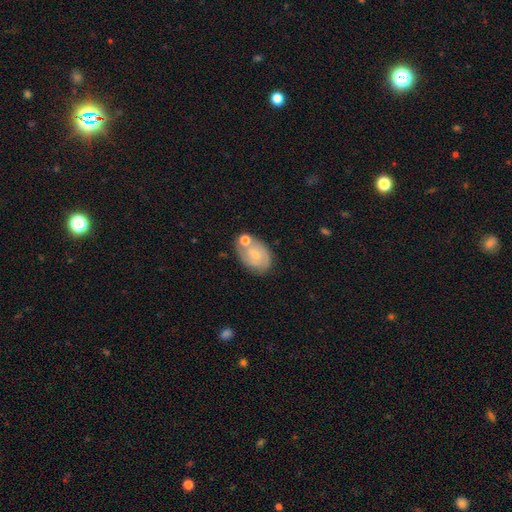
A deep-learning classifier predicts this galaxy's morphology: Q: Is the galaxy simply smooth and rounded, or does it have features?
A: featured or disk — 53%.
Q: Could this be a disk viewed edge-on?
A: no — 96%.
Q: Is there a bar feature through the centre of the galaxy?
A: no — 61%.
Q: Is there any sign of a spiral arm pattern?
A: yes — 77%.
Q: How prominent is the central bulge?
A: small — 68%.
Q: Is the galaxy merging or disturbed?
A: none — 54%.